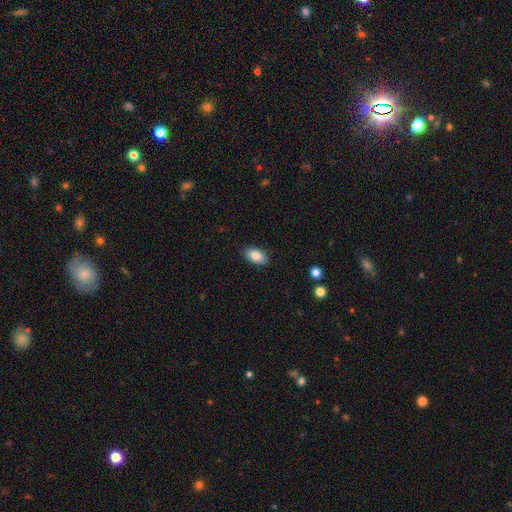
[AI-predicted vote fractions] Smooth or featured? smooth (85%)
How rounded? in between (93%)
Merging? none (88%)